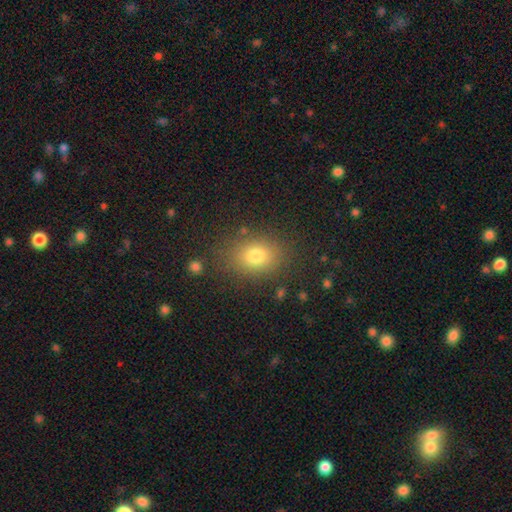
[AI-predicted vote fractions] A smooth galaxy with no disk features (78%) that is in between round and cigar-shaped (61%). Merging: none (82%).